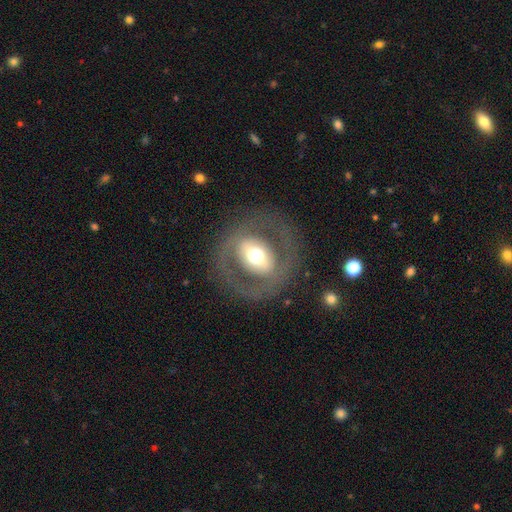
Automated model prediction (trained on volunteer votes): Smooth or featured? featured or disk (58%)
Edge-on disk? no (92%)
Bar? no (43%)
Spiral arms? no (81%)
Bulge size? moderate (56%)
Merging? none (77%)